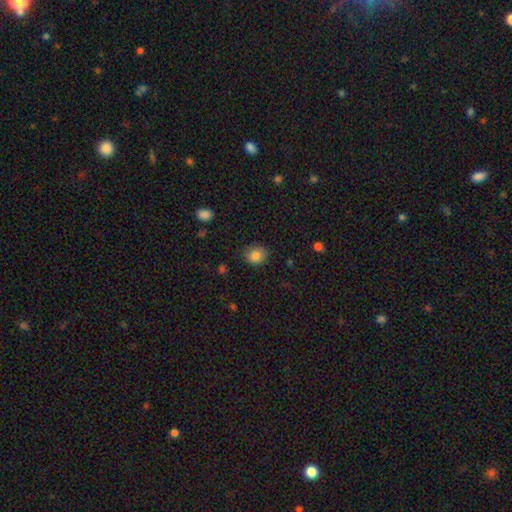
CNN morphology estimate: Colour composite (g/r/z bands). It shows a smooth galaxy with no disk features (84%) that is round (63%). Merging: none (82%).